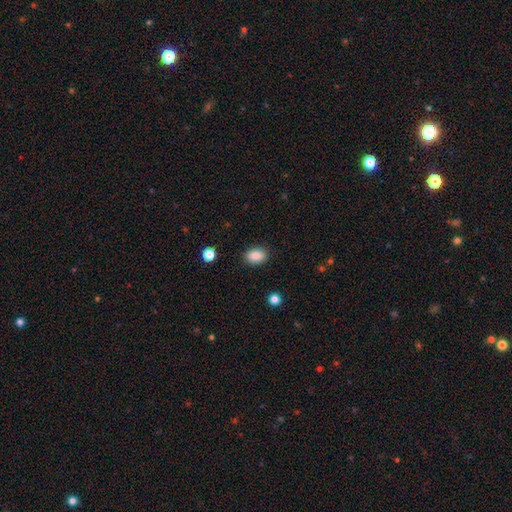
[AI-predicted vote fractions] Overall: smooth (87%). How rounded: in between (80%). Merging: none (88%).